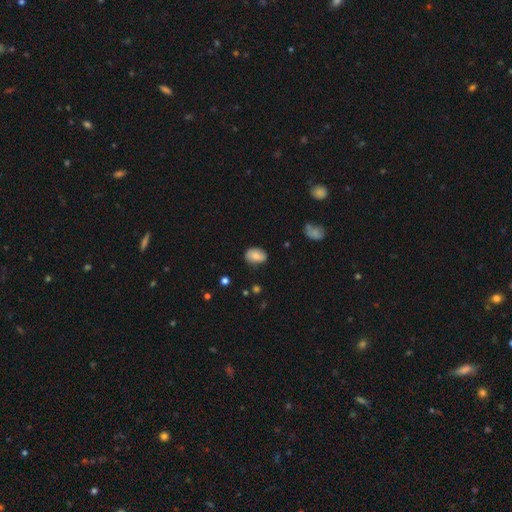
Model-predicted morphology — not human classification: Overall: smooth (80%). How rounded: in between (85%). Merging: none (74%).